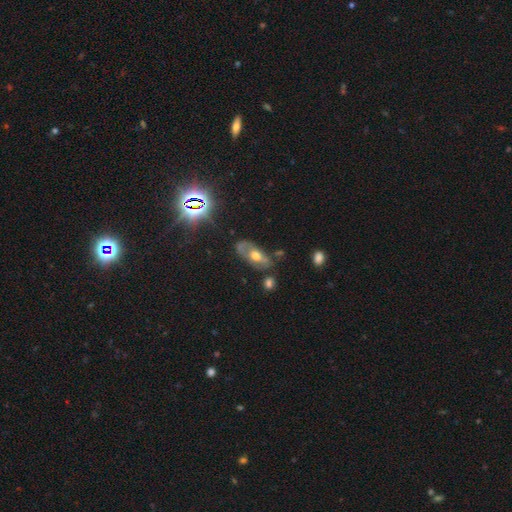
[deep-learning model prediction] smooth_or_featured: featured or disk (p=0.47) [alt: smooth p=0.41]
merging: none (p=0.57) [alt: minor disturbance p=0.25]